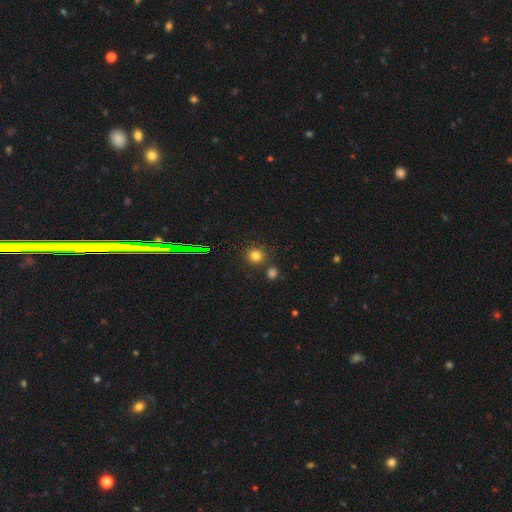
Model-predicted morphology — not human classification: This appears to be a smooth galaxy with no disk features (77%) that is round (88%). Merging: none (79%).